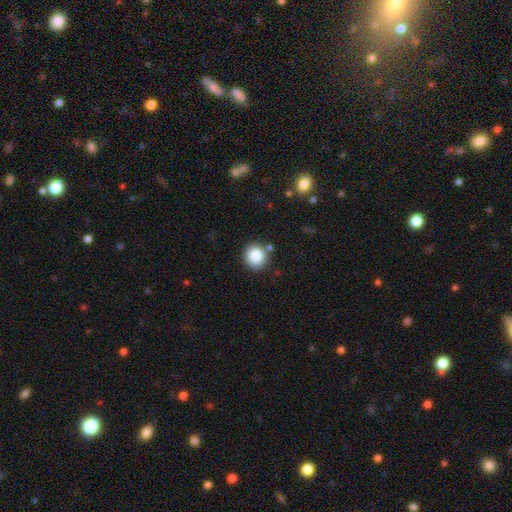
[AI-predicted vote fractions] smooth-or-featured: smooth: 83% | star or artifact: 10% | featured or disk: 7%
  how-rounded: round: 91% | in between: 9% | cigar-shaped: 1%
  merging: none: 84% | minor disturbance: 8% | merger: 5% | major disturbance: 2%